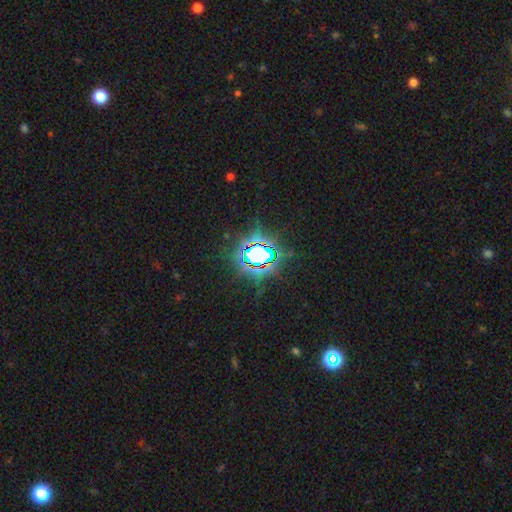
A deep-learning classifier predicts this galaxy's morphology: smooth_or_featured: star or artifact (p=0.77) [alt: smooth p=0.13]